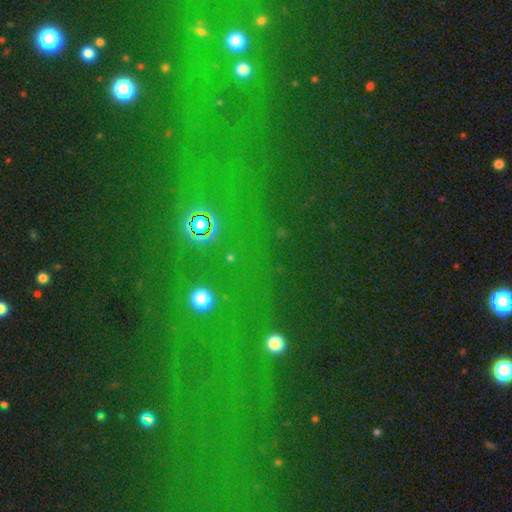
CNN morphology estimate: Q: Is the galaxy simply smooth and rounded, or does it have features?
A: star or artifact — 73%.